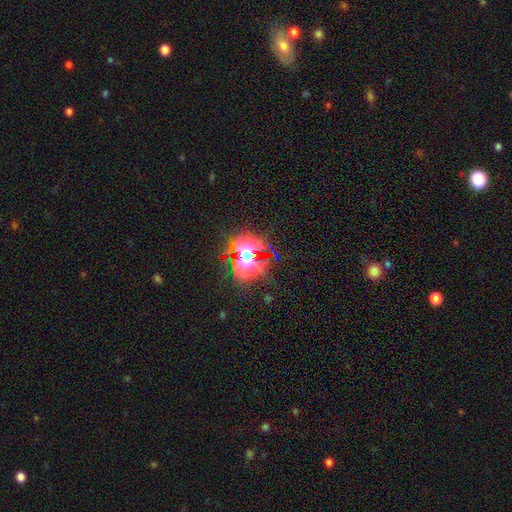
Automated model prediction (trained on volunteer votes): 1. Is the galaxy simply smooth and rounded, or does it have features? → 64% star or artifact, 24% smooth, 11% featured or disk.